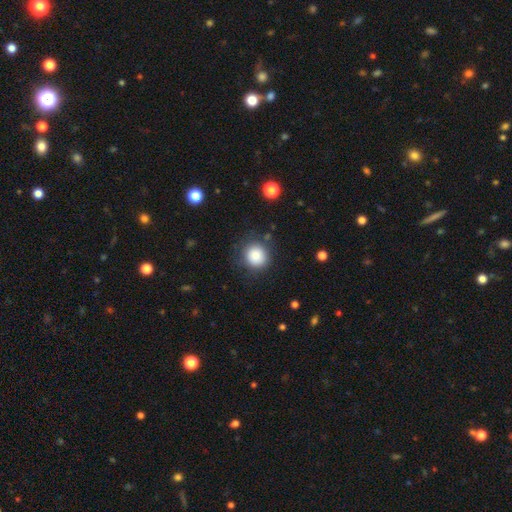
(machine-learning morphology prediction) Smooth or featured: smooth — 84% (star or artifact — 10%)
How rounded: round — 91% (in between — 8%)
Merging: none — 82% (minor disturbance — 12%)